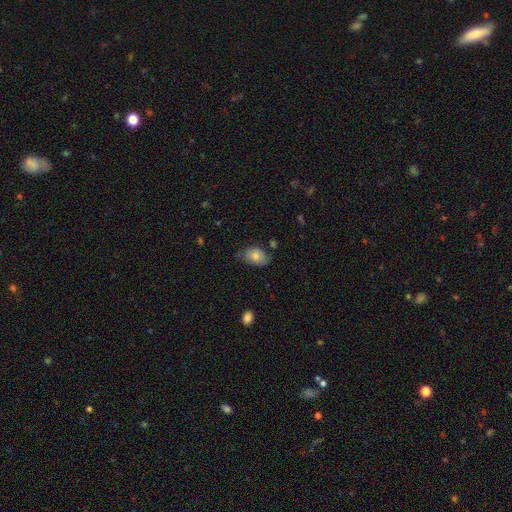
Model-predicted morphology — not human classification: Smooth or featured?
  - smooth: 75% *
  - featured or disk: 17%
  - star or artifact: 8%
How rounded?
  - in between: 82% *
  - round: 16%
  - cigar-shaped: 1%
Merging?
  - none: 61% *
  - minor disturbance: 30%
  - major disturbance: 7%
  - merger: 3%